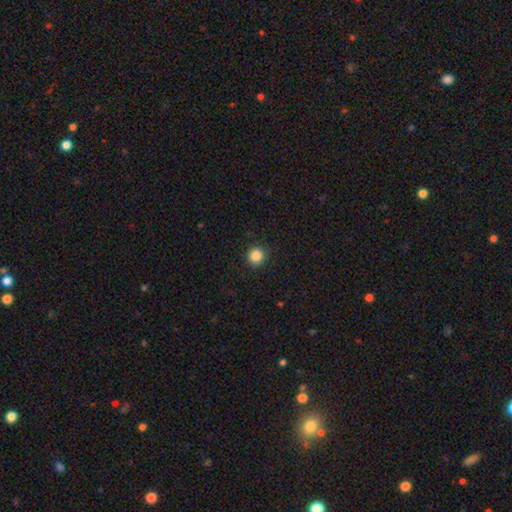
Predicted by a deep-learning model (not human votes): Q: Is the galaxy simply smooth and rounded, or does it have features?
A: smooth — 86%.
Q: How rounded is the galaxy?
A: round — 93%.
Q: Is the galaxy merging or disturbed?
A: none — 92%.